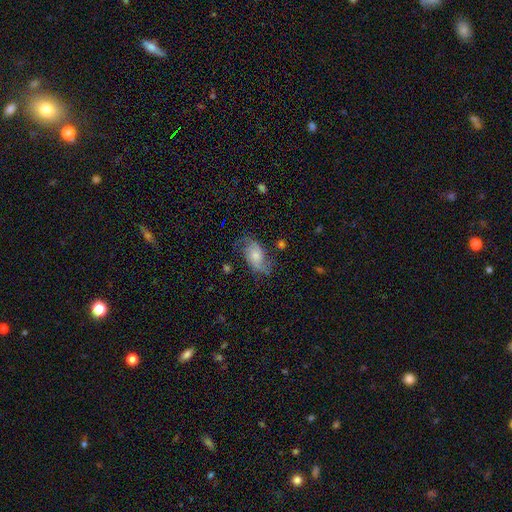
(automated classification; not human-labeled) featured or disk 63%, smooth 29%, star or artifact 8%. Down the decision tree: edge-on disk — no (95%); bar — no (67%); spiral arms — yes (90%); spiral arm count — 2 (85%); spiral winding — loose (52%); bulge size — moderate (40%); merging — none (61%).